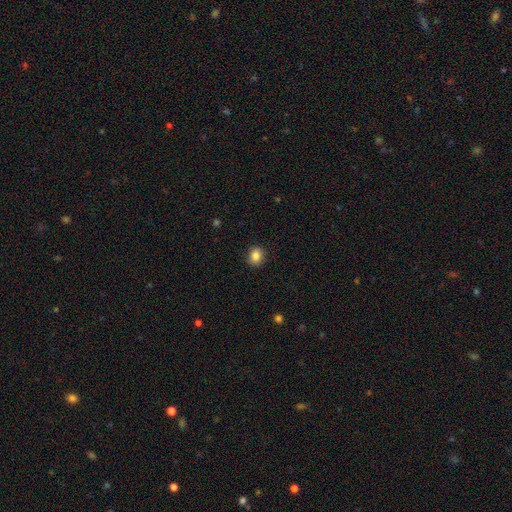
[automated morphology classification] Smooth or featured? smooth (85%)
How rounded? round (63%)
Merging? none (90%)